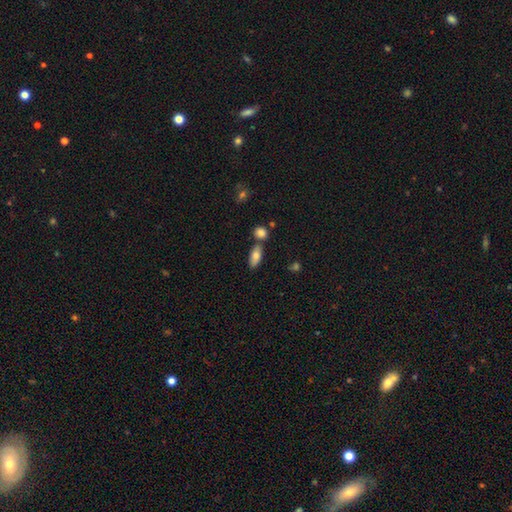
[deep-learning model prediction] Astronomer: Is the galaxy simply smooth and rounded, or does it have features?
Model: smooth — 79%.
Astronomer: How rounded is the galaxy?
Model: in between — 85%.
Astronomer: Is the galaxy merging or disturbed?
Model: none — 69%.